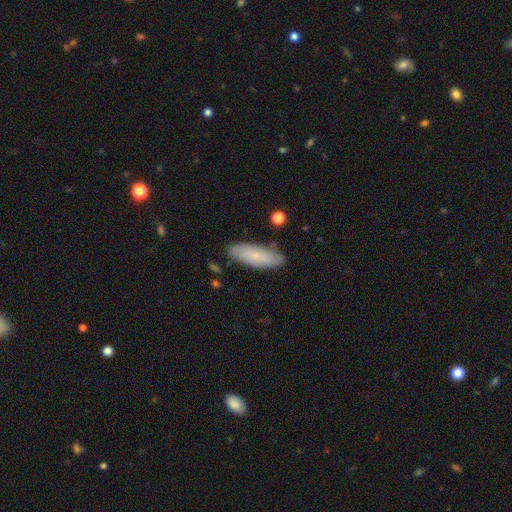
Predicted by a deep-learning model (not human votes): A smooth galaxy with no disk features (72%) that is in between round and cigar-shaped (58%). Merging: none (81%).